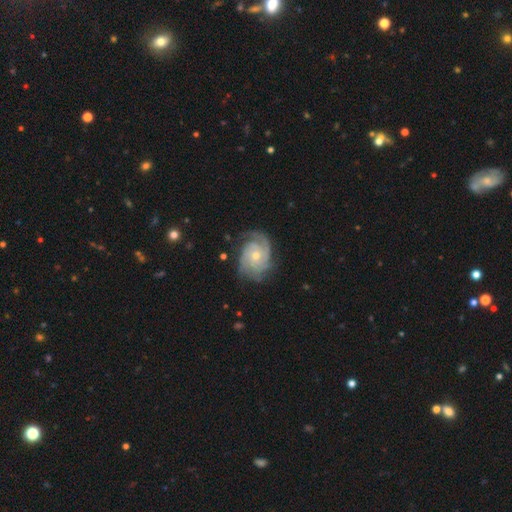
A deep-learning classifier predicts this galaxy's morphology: smooth-or-featured: featured or disk: 87% | smooth: 8% | star or artifact: 5%
  disk-edge-on: no: 97% | yes: 3%
    bar: no: 74% | weak: 22% | strong: 3%
    has-spiral-arms: yes: 97% | no: 3%
      spiral-winding: tight: 63% | medium: 30% | loose: 7%
      spiral-arm-count: 3: 31% | 2: 24% | can't tell: 22% | 4: 10% | 1: 7% | more than 4: 6%
    bulge-size: small: 53% | moderate: 43% | large: 2% | none: 1% | dominant: 1%
  merging: none: 71% | minor disturbance: 19% | major disturbance: 8% | merger: 1%